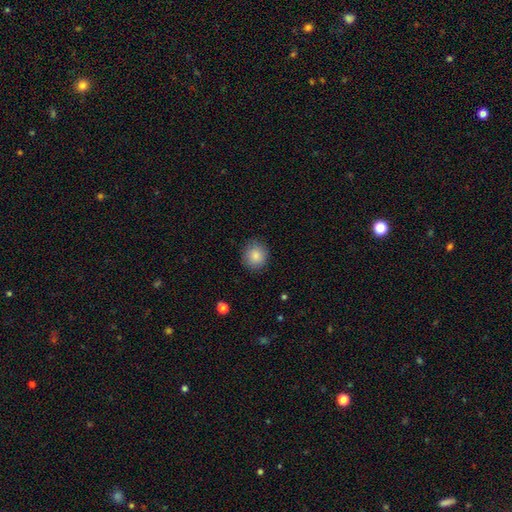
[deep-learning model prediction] Q: Smooth or featured?
A: smooth (86%); runner-up: star or artifact (8%)
Q: How rounded?
A: round (86%); runner-up: in between (13%)
Q: Merging?
A: none (87%); runner-up: minor disturbance (9%)